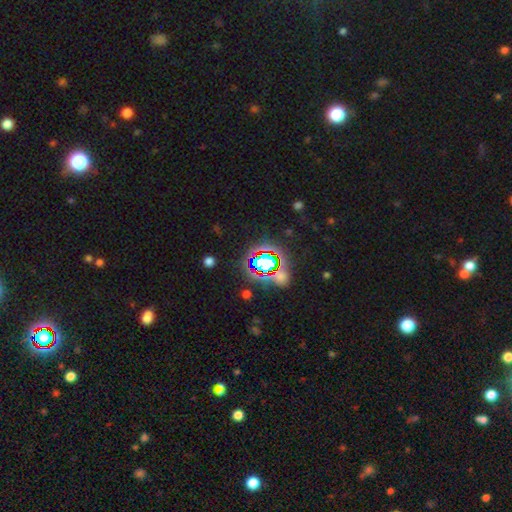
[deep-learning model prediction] A star or artifact, not a galaxy (69%).